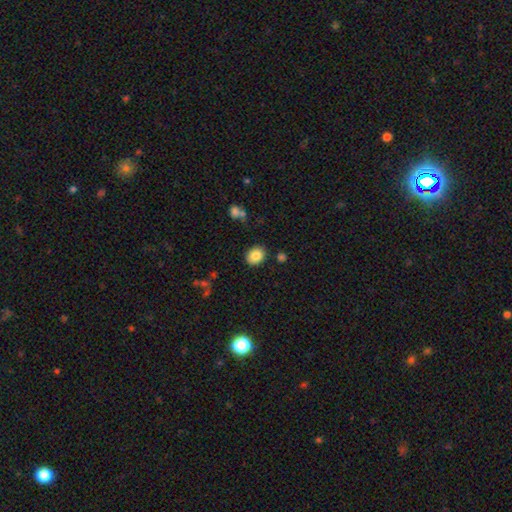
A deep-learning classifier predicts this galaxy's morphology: smooth-or-featured: smooth: 85% | star or artifact: 9% | featured or disk: 6%
  how-rounded: in between: 50% | round: 49% | cigar-shaped: 1%
  merging: none: 85% | minor disturbance: 9% | merger: 3% | major disturbance: 3%